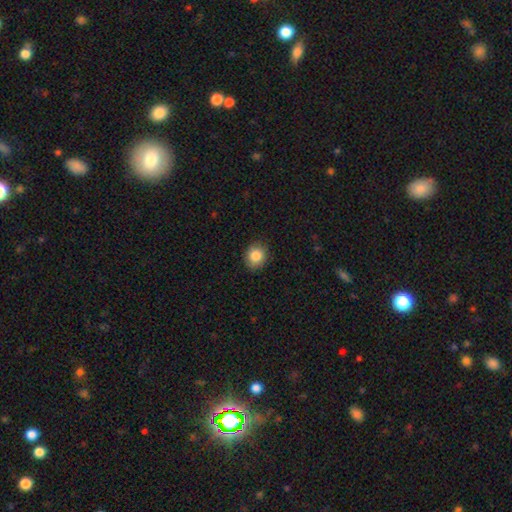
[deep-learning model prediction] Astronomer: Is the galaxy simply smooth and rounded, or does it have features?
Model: smooth — 85%.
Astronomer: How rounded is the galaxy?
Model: round — 72%.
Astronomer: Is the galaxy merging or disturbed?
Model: none — 88%.